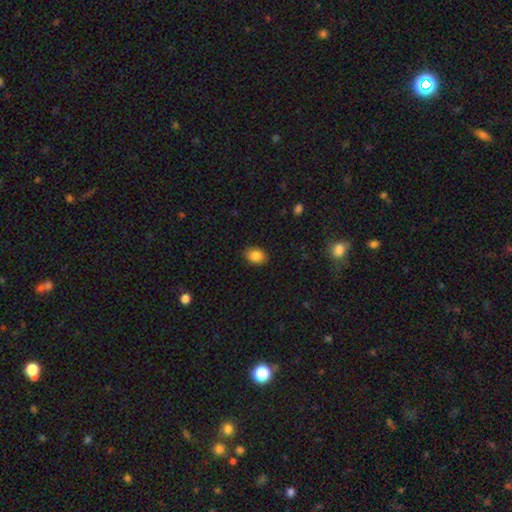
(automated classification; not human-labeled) The model was most divided on "how rounded": in between: 72%, round: 27%, cigar-shaped: 1%. More confident: merging — none (87%); smooth or featured — smooth (86%).